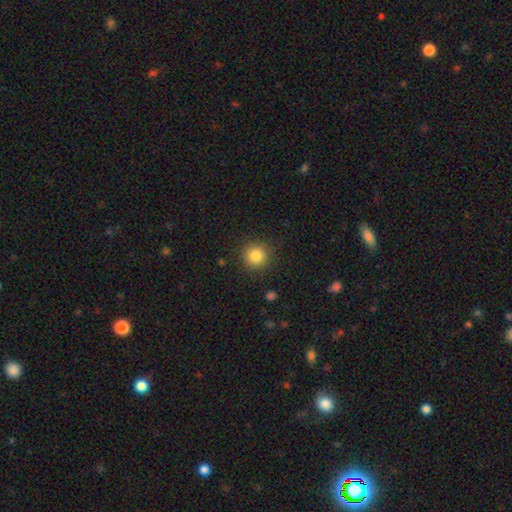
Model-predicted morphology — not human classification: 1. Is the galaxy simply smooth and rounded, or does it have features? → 84% smooth, 11% star or artifact, 5% featured or disk.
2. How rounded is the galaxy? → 94% round, 5% in between, 1% cigar-shaped.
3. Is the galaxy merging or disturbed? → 89% none, 8% minor disturbance, 3% major disturbance, 1% merger.